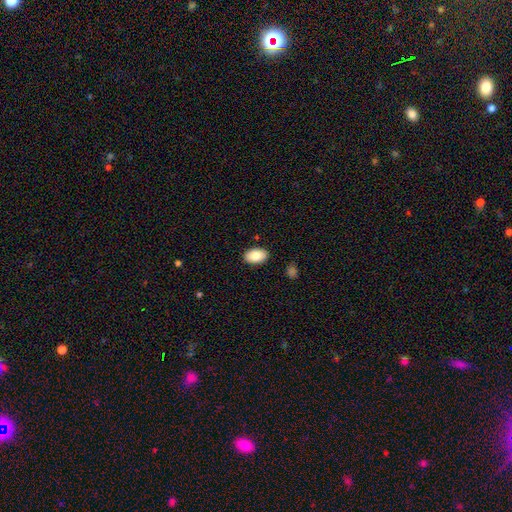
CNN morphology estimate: This appears to be a smooth galaxy with no disk features (87%) that is in between round and cigar-shaped (92%). Merging: none (88%).